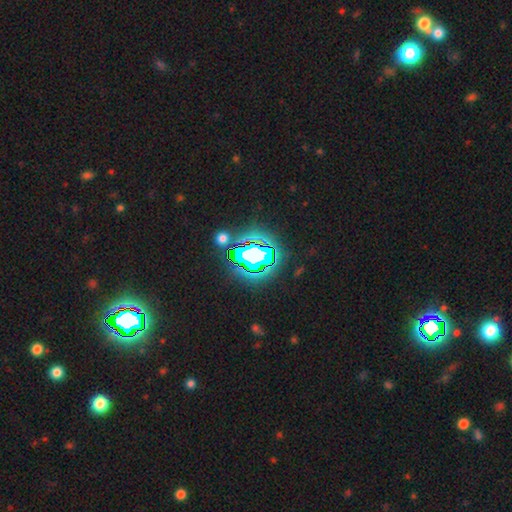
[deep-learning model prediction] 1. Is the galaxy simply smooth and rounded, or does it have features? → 65% star or artifact, 18% smooth, 17% featured or disk.